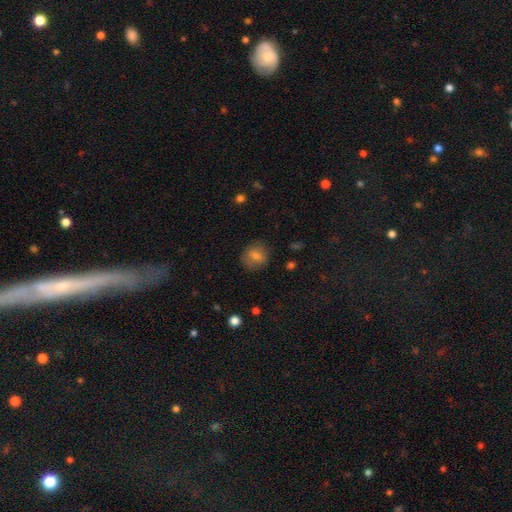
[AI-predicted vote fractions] This is likely a smooth galaxy (73%). How rounded: clearly round (81%). Merging: clearly none (83%).